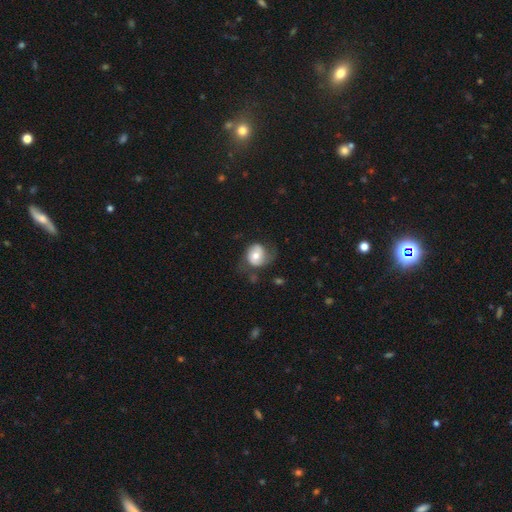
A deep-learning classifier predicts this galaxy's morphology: The model was most divided on "smooth or featured": smooth: 48%, featured or disk: 45%, star or artifact: 7%. Remaining: merging — none (44%).